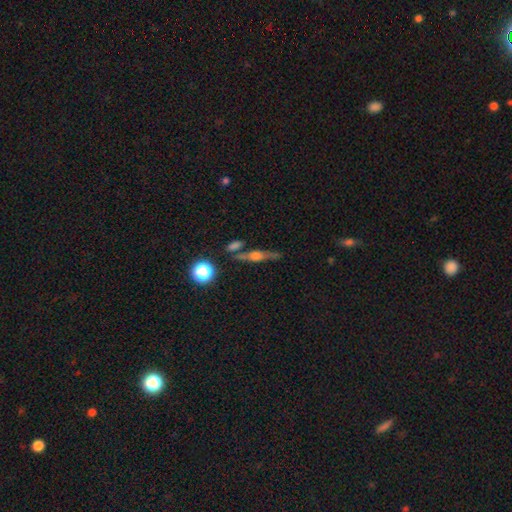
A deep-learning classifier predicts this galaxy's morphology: smooth-or-featured: featured or disk: 69% | smooth: 20% | star or artifact: 11%
  disk-edge-on: yes: 94% | no: 6%
    edge-on-bulge: rounded: 86% | boxy: 9% | none: 4%
  merging: none: 75% | minor disturbance: 11% | merger: 10% | major disturbance: 4%